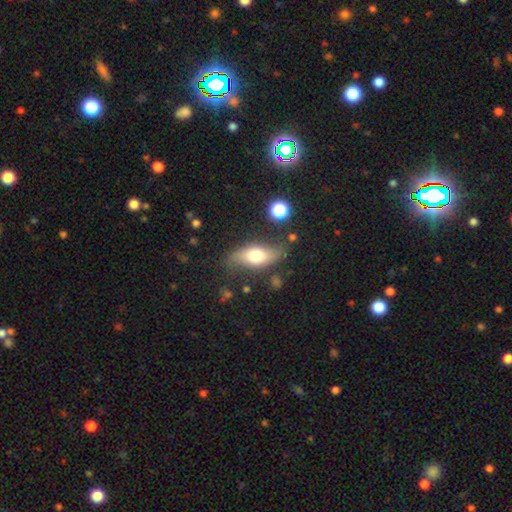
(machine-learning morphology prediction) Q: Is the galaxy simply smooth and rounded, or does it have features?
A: smooth — 60%.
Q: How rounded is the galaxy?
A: in between — 77%.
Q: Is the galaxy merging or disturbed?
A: none — 69%.